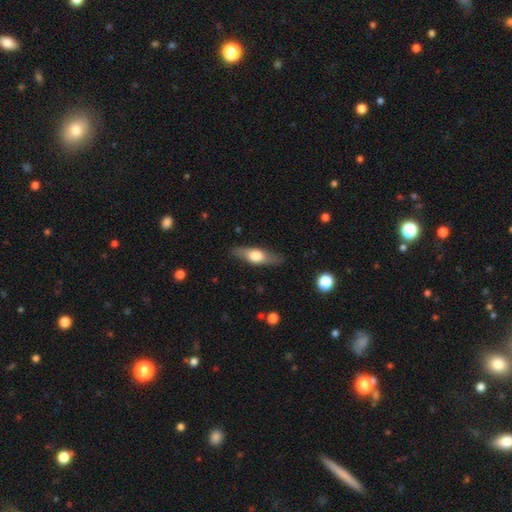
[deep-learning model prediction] Smooth or featured? Predicted: smooth (p=0.48). Merging? Predicted: none (p=0.83).